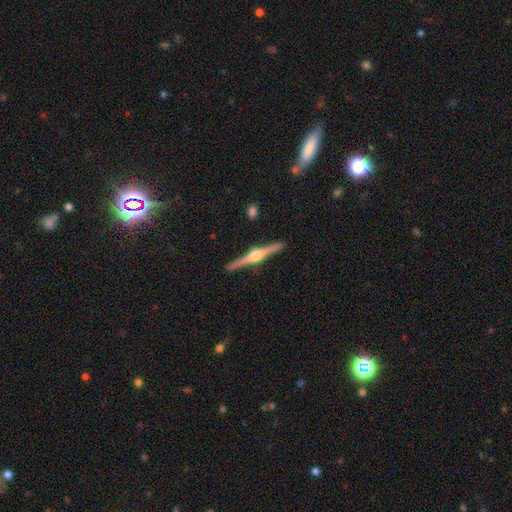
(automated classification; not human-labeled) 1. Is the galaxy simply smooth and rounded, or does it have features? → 85% featured or disk, 10% smooth, 5% star or artifact.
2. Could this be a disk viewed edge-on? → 99% yes, 1% no.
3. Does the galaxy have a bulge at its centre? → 95% rounded, 4% boxy, 2% none.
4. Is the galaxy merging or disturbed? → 91% none, 6% minor disturbance, 1% merger, 1% major disturbance.